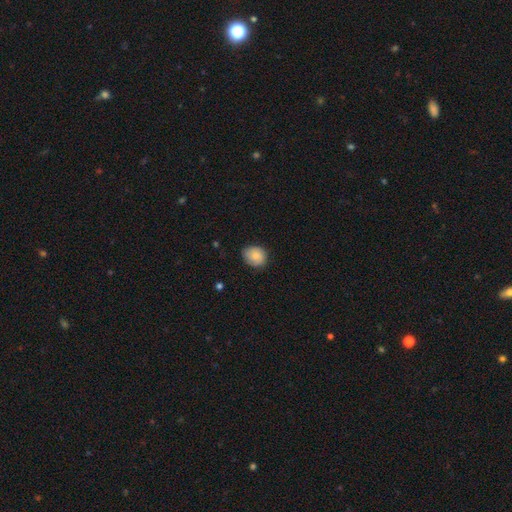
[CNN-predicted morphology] smooth_or_featured: smooth (p=0.81) [alt: featured or disk p=0.12]
how_rounded: round (p=0.61) [alt: in between p=0.39]
merging: none (p=0.72) [alt: minor disturbance p=0.23]